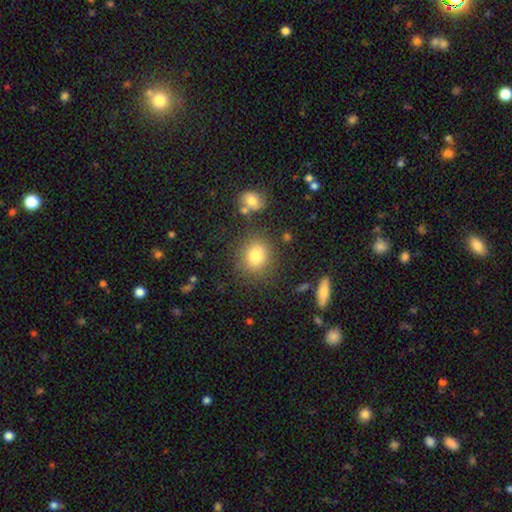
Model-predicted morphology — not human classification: smooth-or-featured: smooth: 81% | star or artifact: 11% | featured or disk: 8%
  how-rounded: round: 71% | in between: 27% | cigar-shaped: 1%
  merging: none: 81% | minor disturbance: 11% | merger: 4% | major disturbance: 4%